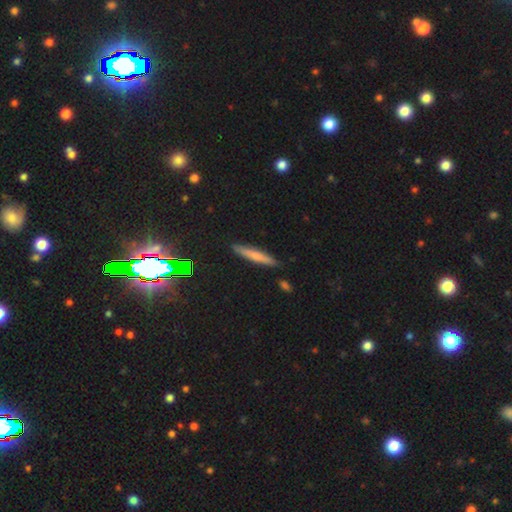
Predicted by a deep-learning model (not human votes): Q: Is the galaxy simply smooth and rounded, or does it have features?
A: smooth — 64%.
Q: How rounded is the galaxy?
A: cigar-shaped — 92%.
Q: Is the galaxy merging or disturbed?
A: none — 87%.